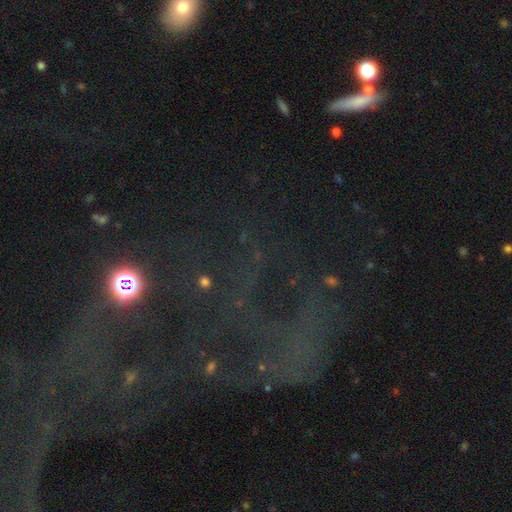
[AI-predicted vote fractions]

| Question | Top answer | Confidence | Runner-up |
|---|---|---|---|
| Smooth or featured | star or artifact | 56% | featured or disk (25%) |